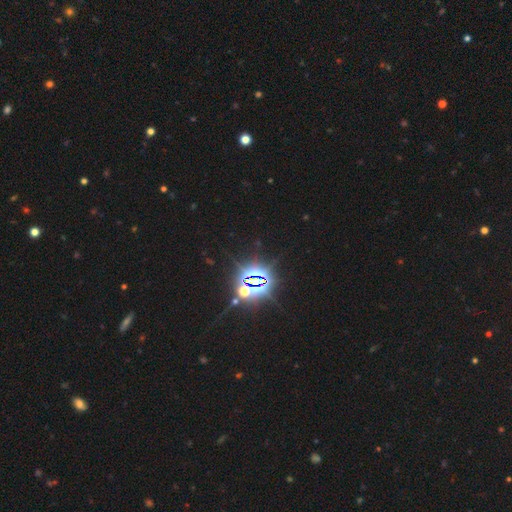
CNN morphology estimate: star or artifact 85%, smooth 9%, featured or disk 6%.